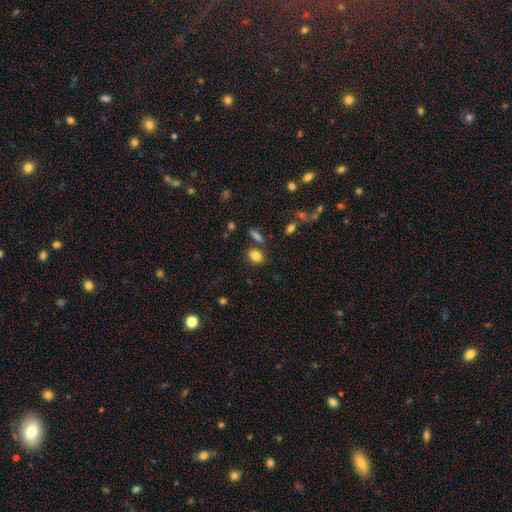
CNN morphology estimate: smooth-or-featured: smooth: 83% | star or artifact: 11% | featured or disk: 7%
  how-rounded: in between: 51% | round: 47% | cigar-shaped: 2%
  merging: none: 78% | minor disturbance: 11% | merger: 8% | major disturbance: 3%